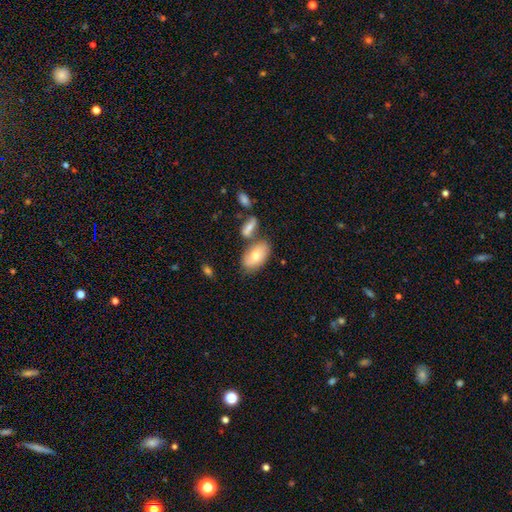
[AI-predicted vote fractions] Smooth or featured?
  - smooth: 69% *
  - featured or disk: 25%
  - star or artifact: 7%
How rounded?
  - in between: 92% *
  - round: 5%
  - cigar-shaped: 2%
Merging?
  - none: 59% *
  - merger: 21%
  - minor disturbance: 16%
  - major disturbance: 5%